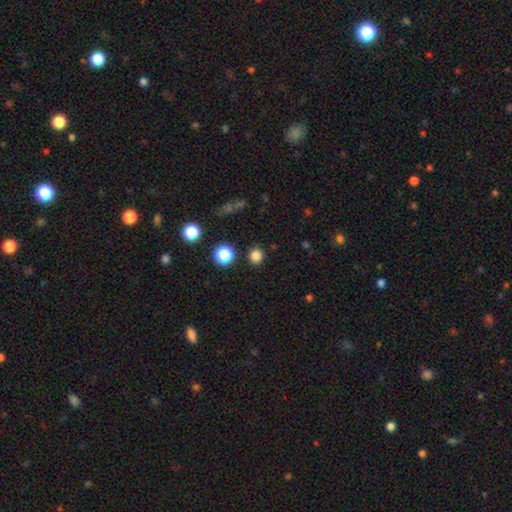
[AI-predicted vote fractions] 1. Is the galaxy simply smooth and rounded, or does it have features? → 81% smooth, 14% star or artifact, 4% featured or disk.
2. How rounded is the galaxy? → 83% round, 16% in between, 1% cigar-shaped.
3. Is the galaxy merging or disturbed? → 89% none, 7% minor disturbance, 2% major disturbance, 2% merger.